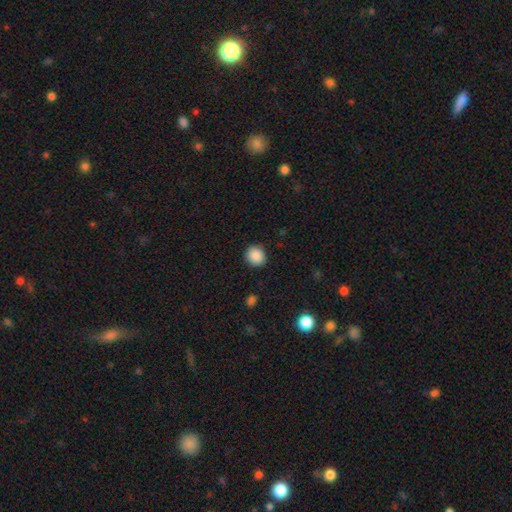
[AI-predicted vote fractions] Smooth or featured?
  - smooth: 89% *
  - star or artifact: 8%
  - featured or disk: 3%
How rounded?
  - round: 86% *
  - in between: 13%
  - cigar-shaped: 1%
Merging?
  - none: 90% *
  - minor disturbance: 7%
  - major disturbance: 2%
  - merger: 1%